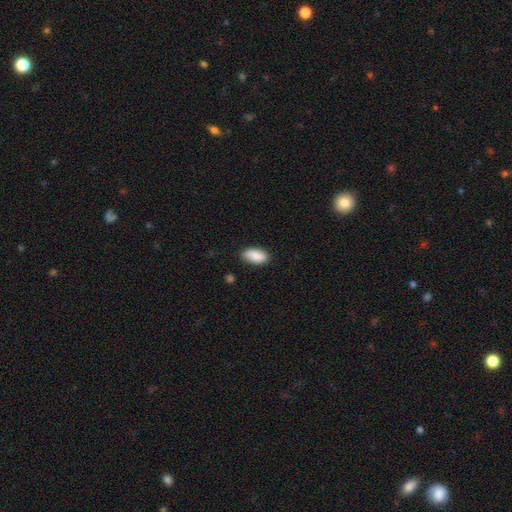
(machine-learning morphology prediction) A smooth galaxy with no disk features (84%) that is in between round and cigar-shaped (91%).

Vote fractions:
- Smooth or featured? smooth: 84% / featured or disk: 9% / star or artifact: 7%
- How rounded? in between: 91% / cigar-shaped: 5% / round: 3%
- Merging? none: 82% / minor disturbance: 14% / major disturbance: 3% / merger: 2%